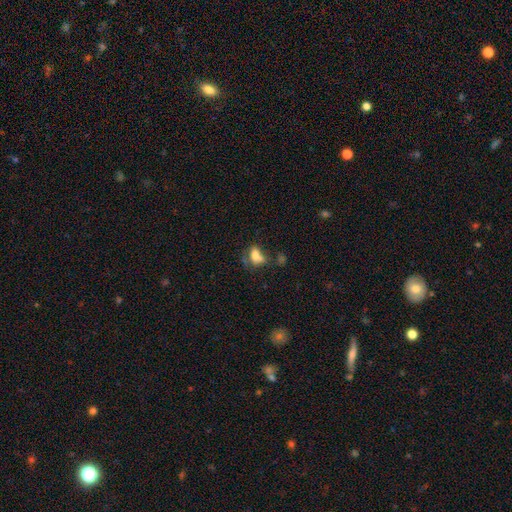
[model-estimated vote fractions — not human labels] Smooth or featured? Predicted: smooth (p=0.68). How rounded? Predicted: in between (p=0.77). Merging? Predicted: none (p=0.30).